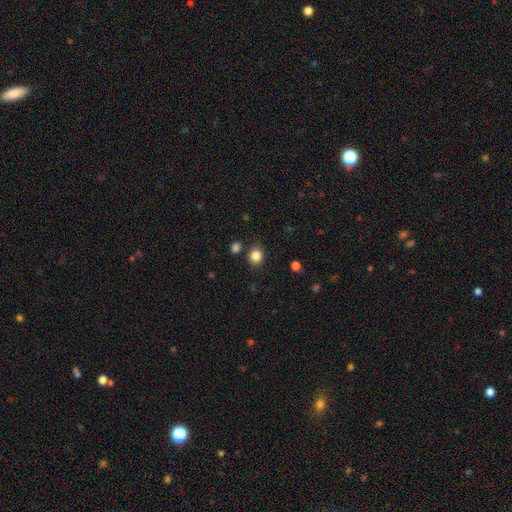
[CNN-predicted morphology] The model was most divided on "how rounded": round: 75%, in between: 24%, cigar-shaped: 1%. More confident: smooth or featured — smooth (84%); merging — none (82%).